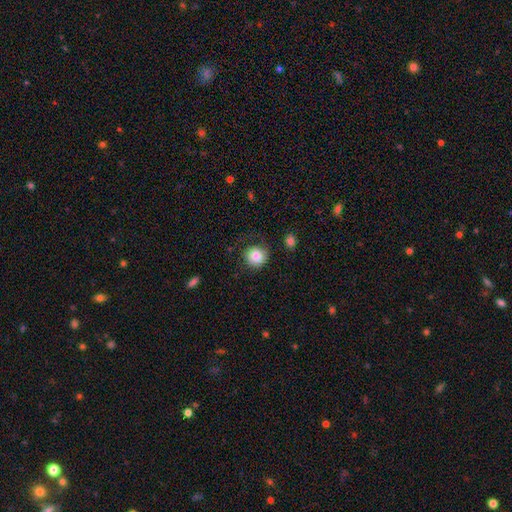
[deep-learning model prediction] A smooth galaxy with no disk features (83%) that is round (90%).

Vote fractions:
- Smooth or featured? smooth: 83% / featured or disk: 9% / star or artifact: 8%
- How rounded? round: 90% / in between: 9% / cigar-shaped: 1%
- Merging? none: 69% / minor disturbance: 18% / major disturbance: 11% / merger: 2%